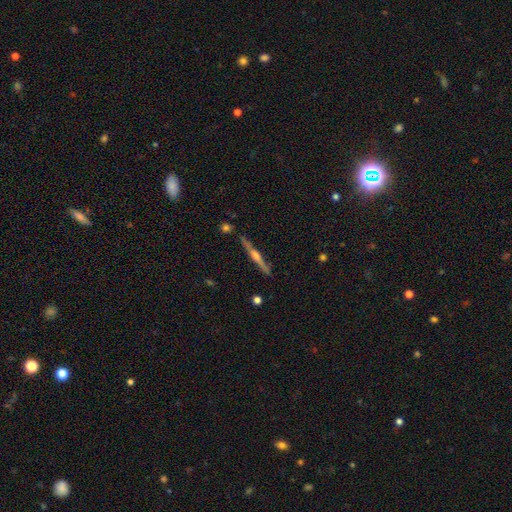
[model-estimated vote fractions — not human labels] A featured or disk galaxy (76%) viewed edge-on (98%) with a rounded central bulge (86%). Merging: none (89%).